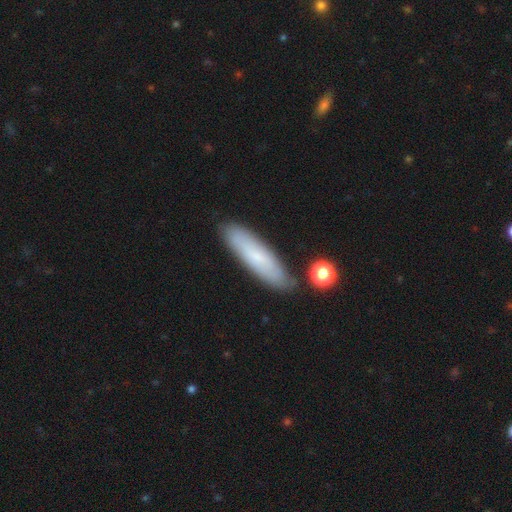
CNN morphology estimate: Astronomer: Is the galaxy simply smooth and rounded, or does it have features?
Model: smooth — 65%.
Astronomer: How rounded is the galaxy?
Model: cigar-shaped — 70%.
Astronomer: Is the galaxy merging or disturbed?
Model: none — 81%.